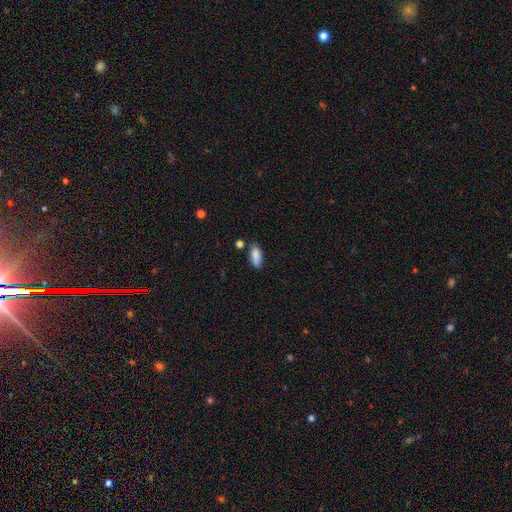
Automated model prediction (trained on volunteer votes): smooth 87%, star or artifact 7%, featured or disk 6%. Down the decision tree: how rounded — in between (87%); merging — none (73%).